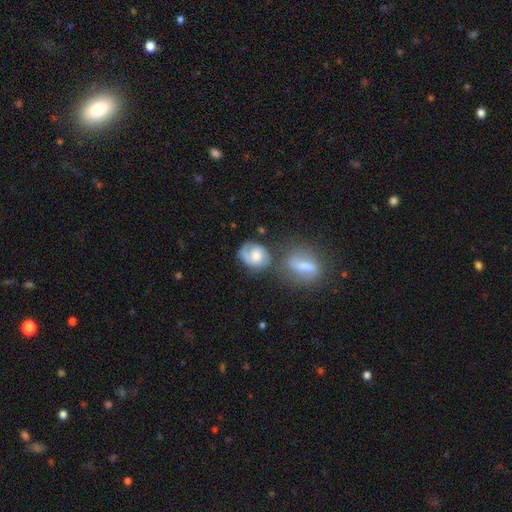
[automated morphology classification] Smooth or featured?
  - featured or disk: 55% *
  - smooth: 38%
  - star or artifact: 7%
Edge-on disk?
  - no: 97% *
  - yes: 3%
Bar?
  - no: 66% *
  - weak: 28%
  - strong: 6%
Spiral arms?
  - yes: 81% *
  - no: 19%
Bulge size?
  - moderate: 54% *
  - large: 23%
  - small: 13%
  - none: 8%
  - dominant: 3%
Merging?
  - none: 42% *
  - merger: 24%
  - minor disturbance: 20%
  - major disturbance: 14%